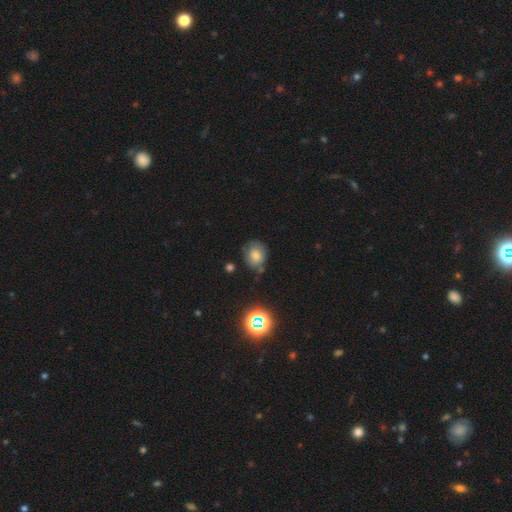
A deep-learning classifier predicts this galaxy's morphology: smooth_or_featured: smooth (p=0.72) [alt: star or artifact p=0.15]
how_rounded: round (p=0.58) [alt: in between p=0.41]
merging: none (p=0.67) [alt: minor disturbance p=0.23]